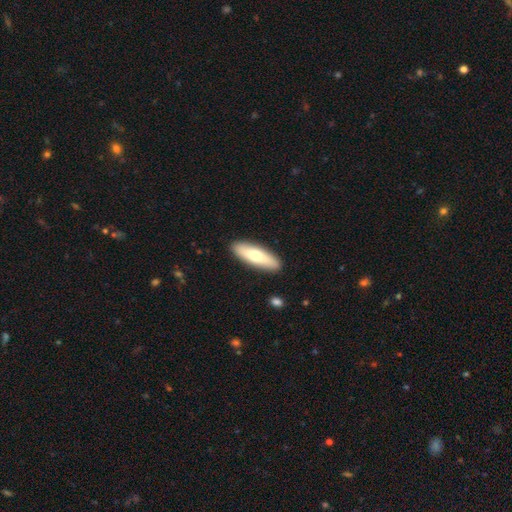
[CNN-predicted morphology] Smooth or featured? Predicted: smooth (p=0.67). How rounded? Predicted: cigar-shaped (p=0.54). Merging? Predicted: none (p=0.90).